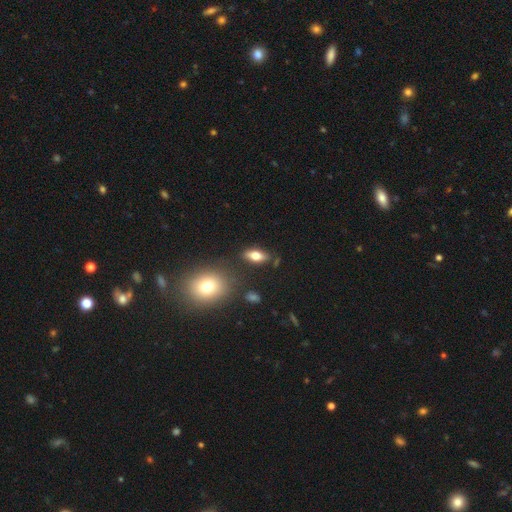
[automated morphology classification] Smooth or featured? Predicted: smooth (p=0.69). How rounded? Predicted: in between (p=0.80). Merging? Predicted: none (p=0.80).